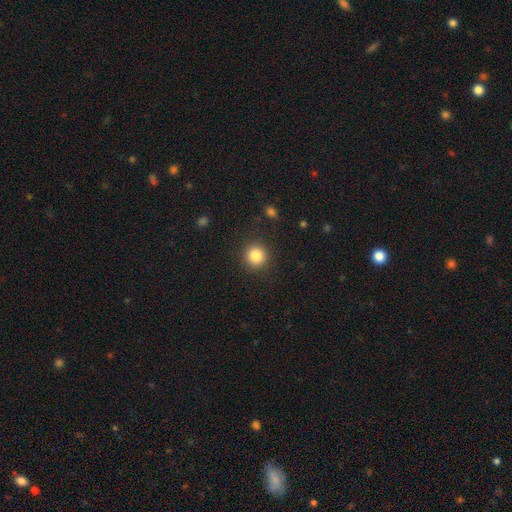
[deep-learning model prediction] This appears to be a smooth galaxy with no disk features (85%) that is round (93%). Merging: none (90%).